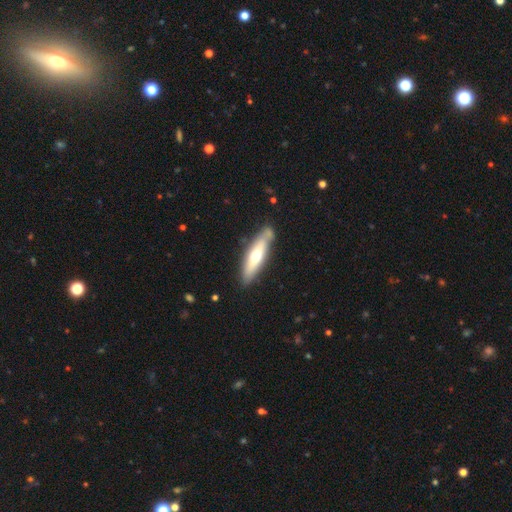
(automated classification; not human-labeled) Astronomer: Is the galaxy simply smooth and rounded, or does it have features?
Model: smooth — 50% (runner-up: featured or disk, 45%).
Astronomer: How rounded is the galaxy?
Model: cigar-shaped — 70%.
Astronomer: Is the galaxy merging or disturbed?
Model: none — 78%.